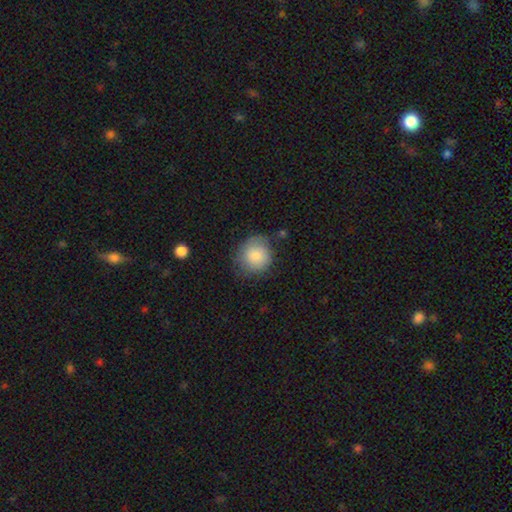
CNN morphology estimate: Smooth or featured? Predicted: smooth (p=0.83). How rounded? Predicted: round (p=0.85). Merging? Predicted: none (p=0.67).